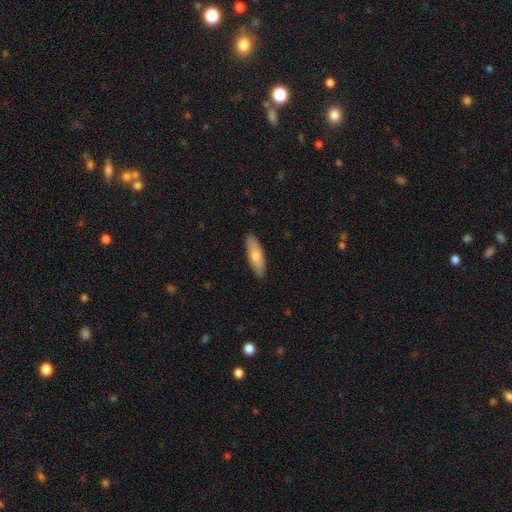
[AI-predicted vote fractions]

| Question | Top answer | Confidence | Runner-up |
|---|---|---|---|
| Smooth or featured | smooth | 73% | featured or disk (21%) |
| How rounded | in between | 56% | cigar-shaped (42%) |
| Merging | none | 88% | minor disturbance (10%) |